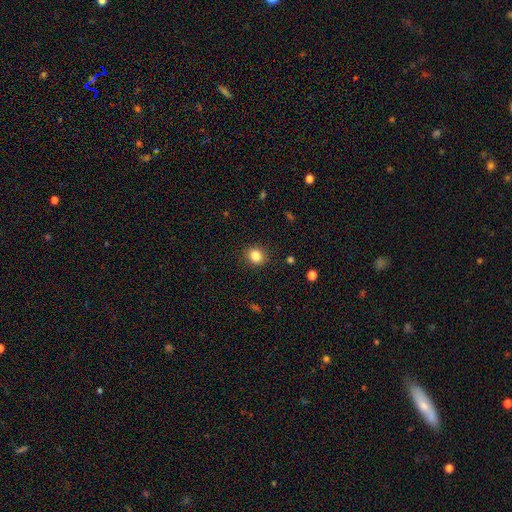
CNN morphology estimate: A smooth galaxy with no disk features (83%) that is round (74%).

Vote fractions:
- Smooth or featured? smooth: 83% / star or artifact: 11% / featured or disk: 6%
- How rounded? round: 74% / in between: 25% / cigar-shaped: 1%
- Merging? none: 89% / minor disturbance: 8% / major disturbance: 2% / merger: 1%